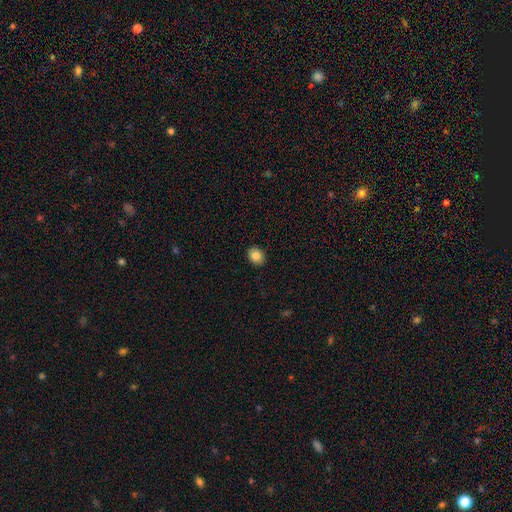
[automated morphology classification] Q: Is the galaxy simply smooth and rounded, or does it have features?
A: smooth — 85%.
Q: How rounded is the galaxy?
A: round — 53%.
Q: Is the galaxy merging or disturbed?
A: none — 91%.